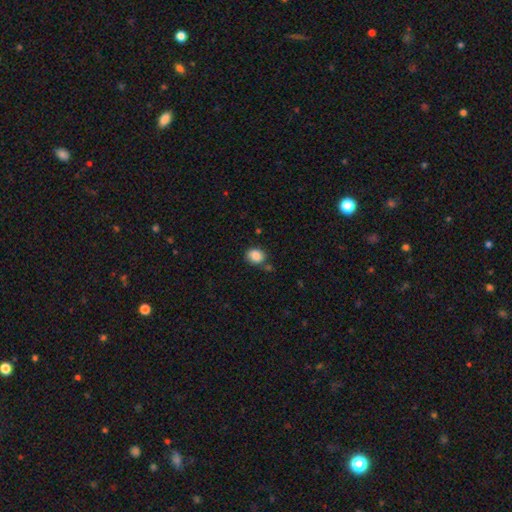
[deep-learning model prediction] This appears to be a smooth galaxy with no disk features (86%) that is round (56%). Merging: none (71%).